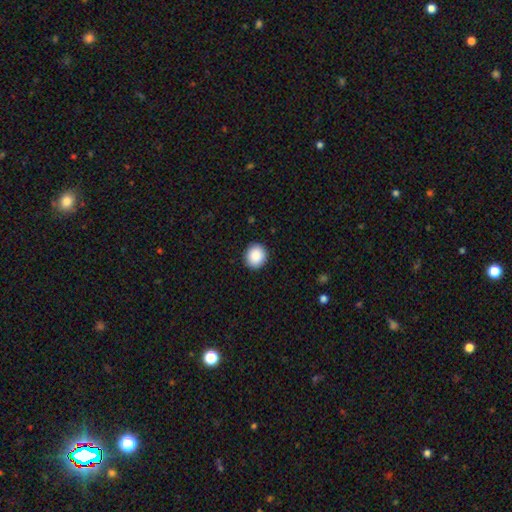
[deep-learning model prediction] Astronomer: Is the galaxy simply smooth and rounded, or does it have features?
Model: smooth — 89%.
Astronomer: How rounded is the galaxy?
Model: round — 83%.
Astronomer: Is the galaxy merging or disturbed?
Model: none — 92%.